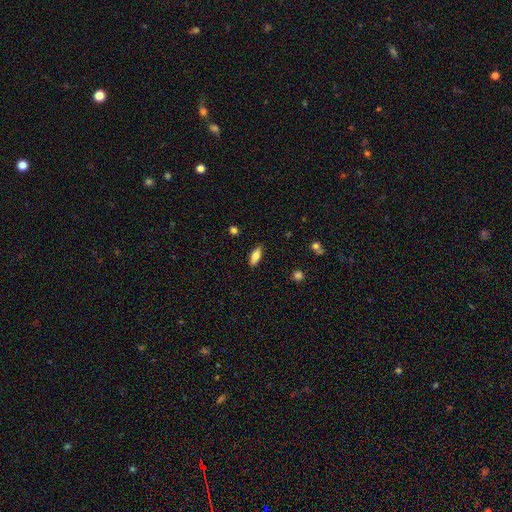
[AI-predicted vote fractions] This is likely a smooth galaxy (75%). How rounded: likely in between (78%). Merging: clearly none (87%).